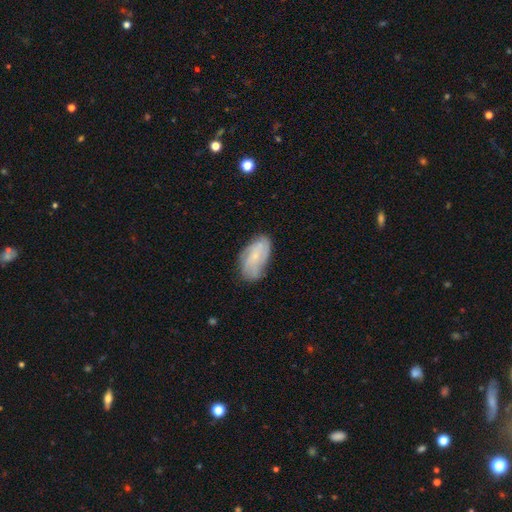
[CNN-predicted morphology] This is possibly a featured or disk galaxy (58%). It is clearly not viewed edge-on (96%). Bar: likely no (71%). Spiral arm pattern: clearly yes (83%). Central bulge: likely small (74%). Merging: likely none (70%).